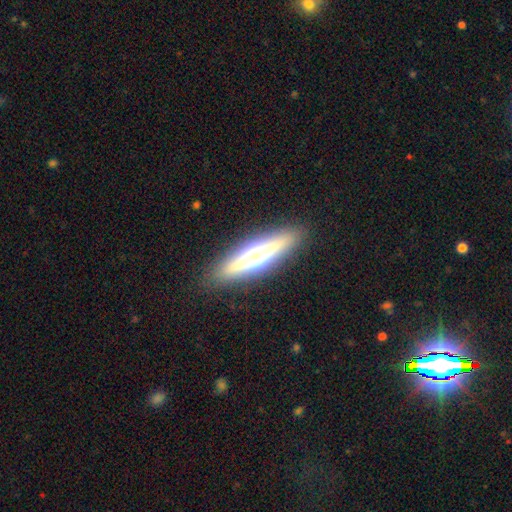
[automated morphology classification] Smooth or featured: featured or disk — 63% (smooth — 28%)
Edge-on disk: yes — 93% (no — 7%)
Edge-on bulge: rounded — 88% (boxy — 9%)
Merging: none — 88% (minor disturbance — 8%)